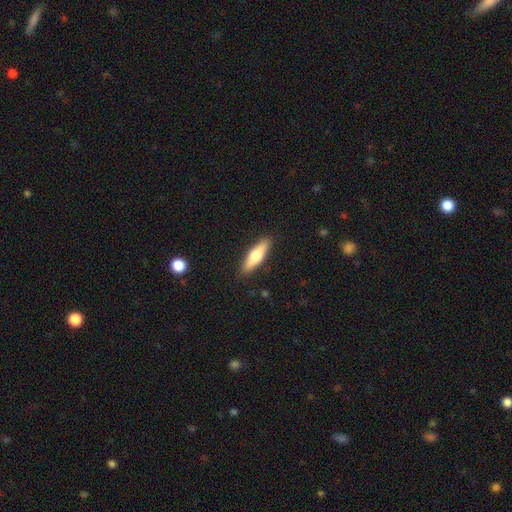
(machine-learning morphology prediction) smooth-or-featured: smooth: 63% | featured or disk: 31% | star or artifact: 5%
  how-rounded: cigar-shaped: 59% | in between: 39% | round: 2%
  merging: none: 89% | minor disturbance: 8% | major disturbance: 2% | merger: 1%